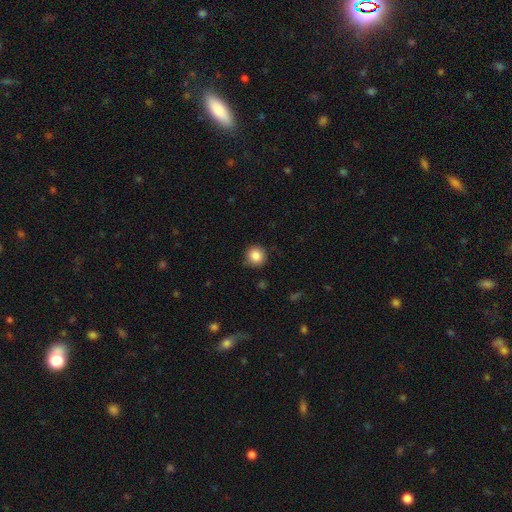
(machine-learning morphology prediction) Smooth or featured?
  - smooth: 86% *
  - star or artifact: 10%
  - featured or disk: 4%
How rounded?
  - round: 93% *
  - in between: 6%
  - cigar-shaped: 1%
Merging?
  - none: 86% *
  - minor disturbance: 11%
  - major disturbance: 2%
  - merger: 1%